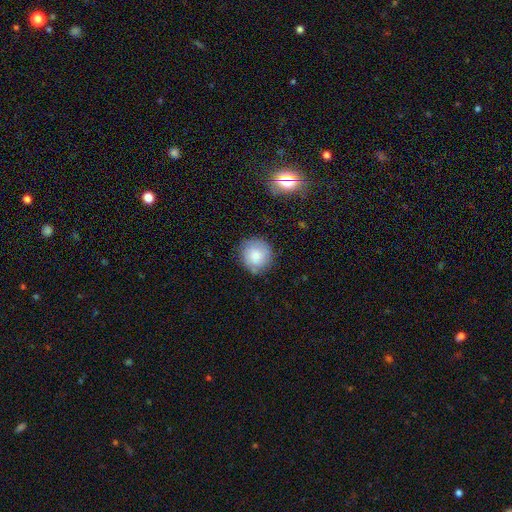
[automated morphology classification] smooth_or_featured: smooth (p=0.79) [alt: featured or disk p=0.13]
how_rounded: round (p=0.90) [alt: in between p=0.09]
merging: none (p=0.79) [alt: minor disturbance p=0.16]